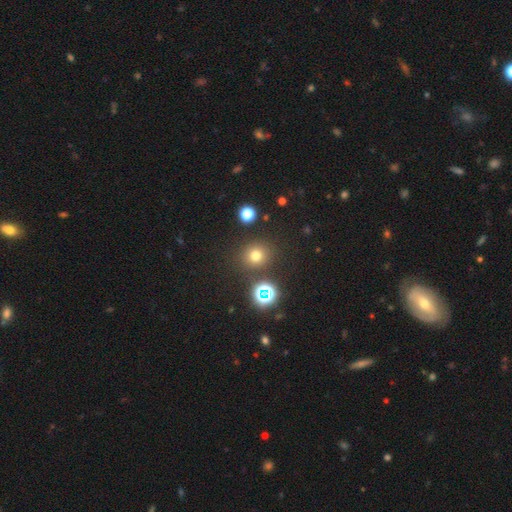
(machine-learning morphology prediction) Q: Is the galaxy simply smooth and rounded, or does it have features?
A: smooth — 70%.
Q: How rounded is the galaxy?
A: round — 89%.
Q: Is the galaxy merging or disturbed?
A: none — 86%.